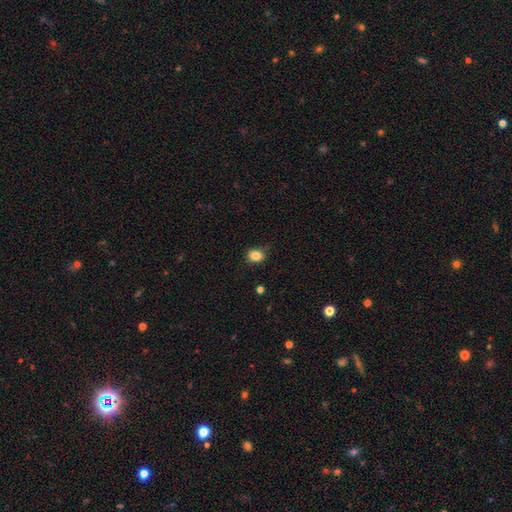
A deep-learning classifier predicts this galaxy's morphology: A smooth galaxy with no disk features (85%) that is round (54%).

Vote fractions:
- Smooth or featured? smooth: 85% / star or artifact: 10% / featured or disk: 5%
- How rounded? round: 54% / in between: 45% / cigar-shaped: 1%
- Merging? none: 83% / minor disturbance: 14% / major disturbance: 3% / merger: 1%